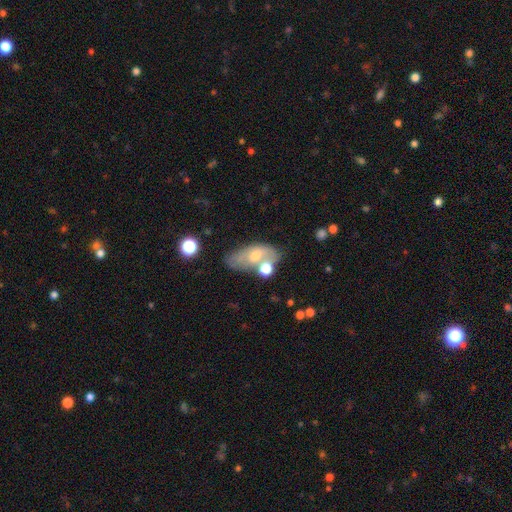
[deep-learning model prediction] Smooth or featured: smooth — 54% (featured or disk — 35%)
How rounded: in between — 85% (round — 8%)
Merging: none — 45% (minor disturbance — 22%)